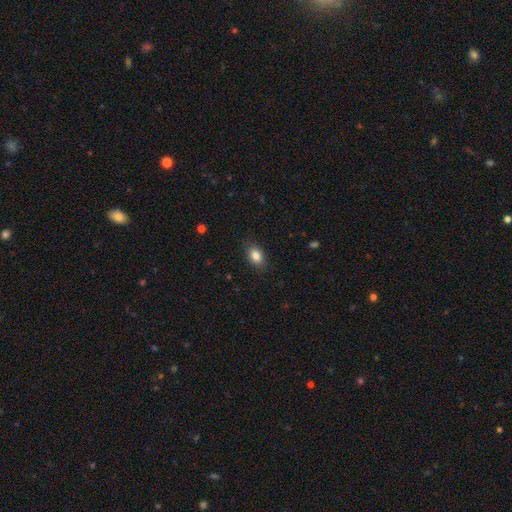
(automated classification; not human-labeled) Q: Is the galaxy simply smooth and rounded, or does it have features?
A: smooth — 85%.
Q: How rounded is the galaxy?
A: in between — 78%.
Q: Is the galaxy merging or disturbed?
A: none — 86%.